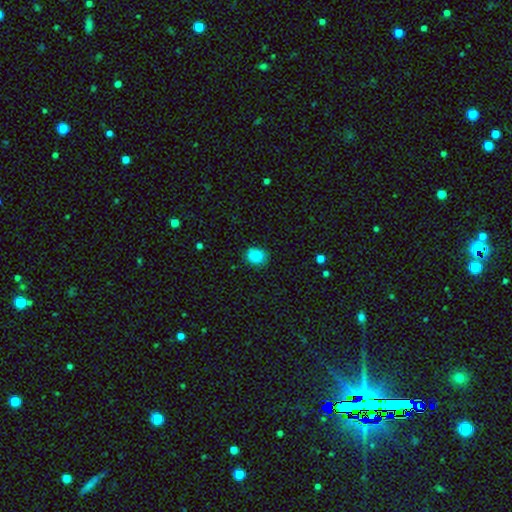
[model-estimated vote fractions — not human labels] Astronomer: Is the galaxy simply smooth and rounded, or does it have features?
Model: smooth — 86%.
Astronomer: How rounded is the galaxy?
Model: round — 59% (runner-up: in between, 40%).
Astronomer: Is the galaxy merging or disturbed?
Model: none — 79%.